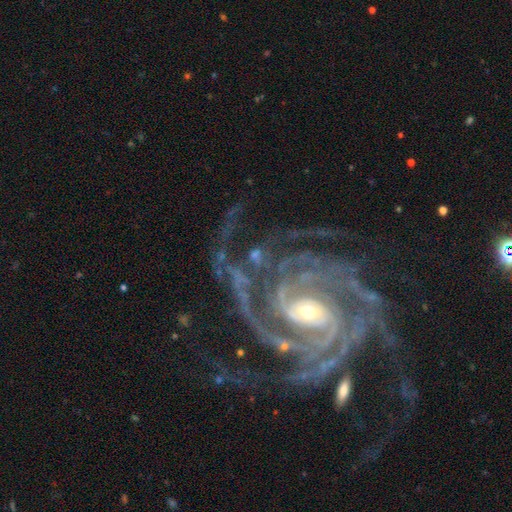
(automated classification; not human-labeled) smooth-or-featured: featured or disk: 90% | star or artifact: 6% | smooth: 3%
  disk-edge-on: no: 97% | yes: 3%
    bar: no: 48% | weak: 28% | strong: 24%
    has-spiral-arms: yes: 98% | no: 2%
      spiral-winding: tight: 58% | medium: 34% | loose: 8%
      spiral-arm-count: 3: 23% | 4: 21% | 2: 18% | can't tell: 16% | more than 4: 13% | 1: 9%
    bulge-size: small: 60% | moderate: 34% | large: 4% | none: 1% | dominant: 1%
  merging: none: 60% | major disturbance: 20% | minor disturbance: 15% | merger: 4%